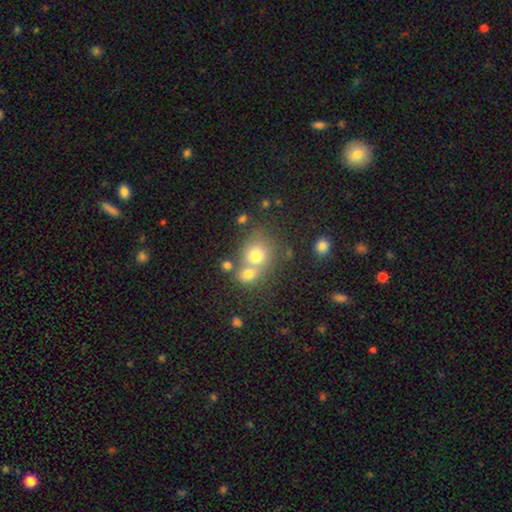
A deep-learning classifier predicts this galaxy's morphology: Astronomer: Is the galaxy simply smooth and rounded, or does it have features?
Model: smooth — 72%.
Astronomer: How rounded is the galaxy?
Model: round — 78%.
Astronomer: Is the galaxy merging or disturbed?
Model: merger — 48% (runner-up: none, 40%).